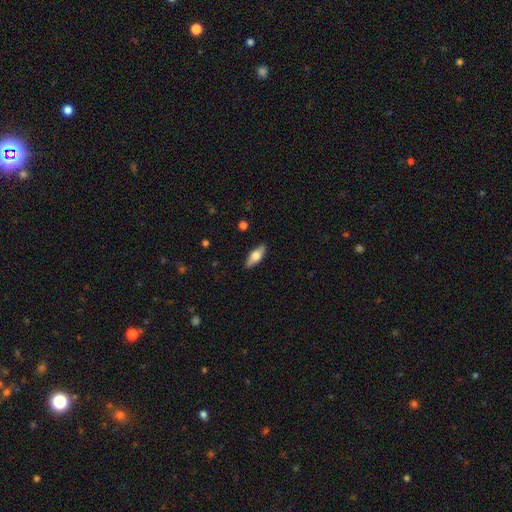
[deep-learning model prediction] The model was most divided on "smooth or featured": smooth: 59%, featured or disk: 35%, star or artifact: 6%. More confident: merging — none (88%); how rounded — in between (68%).